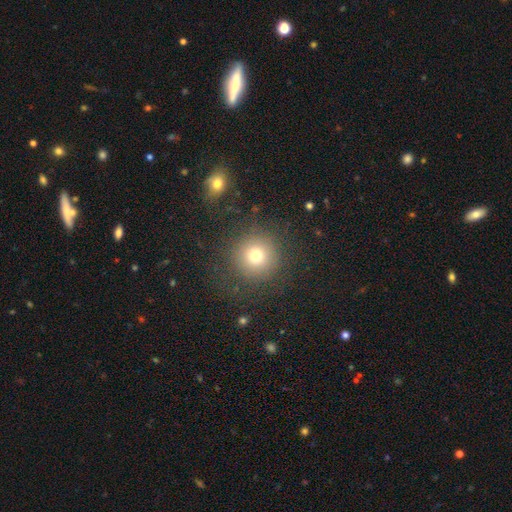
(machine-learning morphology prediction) smooth_or_featured: smooth (p=0.73) [alt: star or artifact p=0.16]
how_rounded: round (p=0.95) [alt: in between p=0.04]
merging: none (p=0.85) [alt: minor disturbance p=0.08]